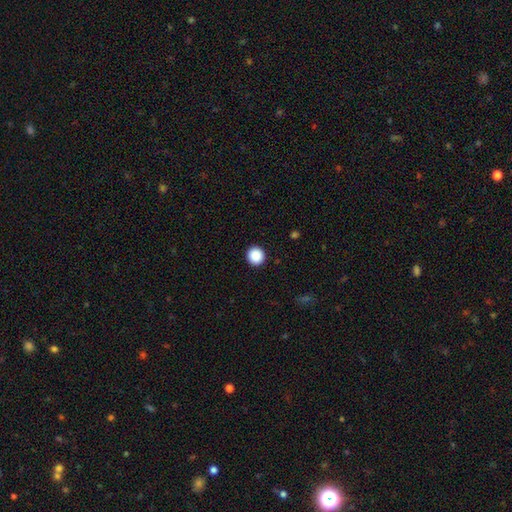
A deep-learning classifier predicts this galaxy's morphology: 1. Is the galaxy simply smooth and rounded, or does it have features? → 88% smooth, 9% star or artifact, 3% featured or disk.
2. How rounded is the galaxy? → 95% round, 4% in between, 1% cigar-shaped.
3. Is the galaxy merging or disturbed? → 93% none, 4% minor disturbance, 2% major disturbance, 1% merger.